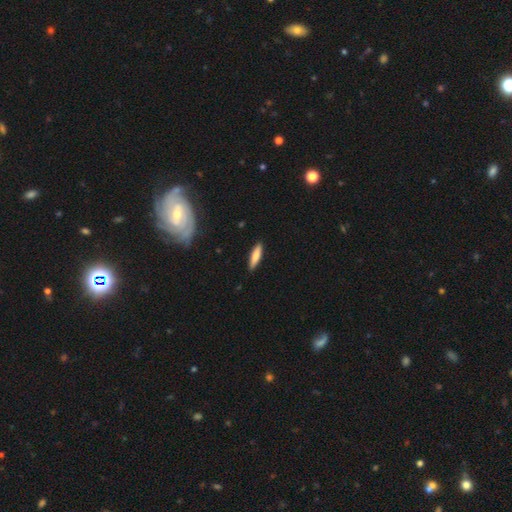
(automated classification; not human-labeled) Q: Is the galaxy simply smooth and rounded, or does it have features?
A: smooth — 78%.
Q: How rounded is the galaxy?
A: cigar-shaped — 71%.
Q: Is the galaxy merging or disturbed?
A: none — 88%.